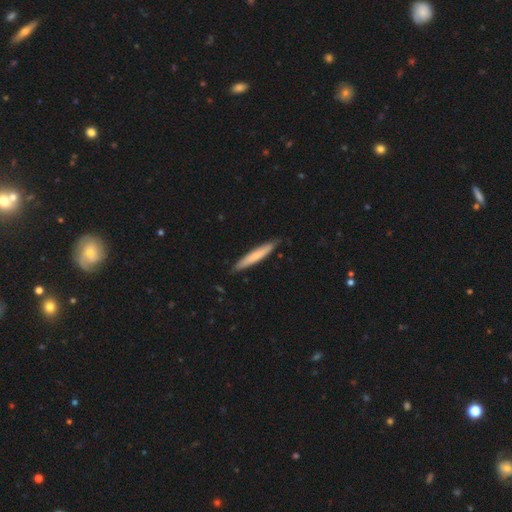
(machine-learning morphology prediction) Smooth or featured?
  - smooth: 69% *
  - featured or disk: 26%
  - star or artifact: 5%
How rounded?
  - cigar-shaped: 95% *
  - in between: 4%
  - round: 1%
Merging?
  - none: 86% *
  - minor disturbance: 11%
  - major disturbance: 2%
  - merger: 1%